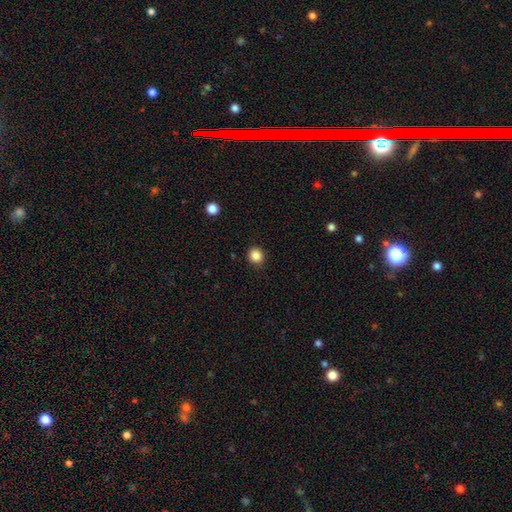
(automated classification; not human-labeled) Smooth or featured: smooth — 86% (star or artifact — 11%)
How rounded: round — 87% (in between — 12%)
Merging: none — 90% (minor disturbance — 7%)